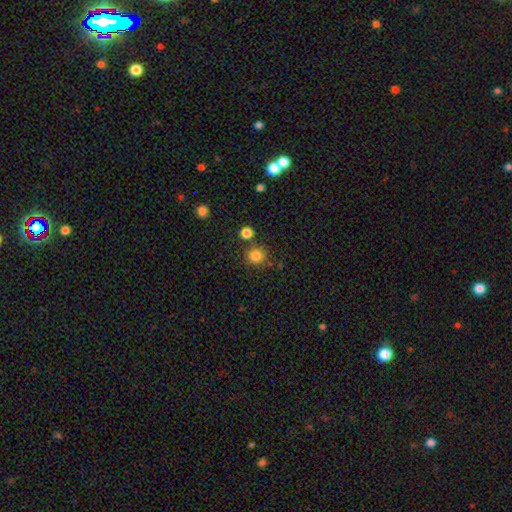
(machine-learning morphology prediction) Smooth or featured? smooth (82%)
How rounded? round (89%)
Merging? none (79%)